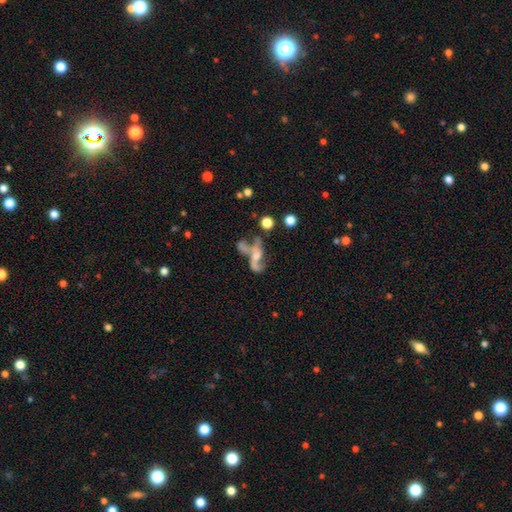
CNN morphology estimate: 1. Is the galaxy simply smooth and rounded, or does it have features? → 60% featured or disk, 22% smooth, 17% star or artifact.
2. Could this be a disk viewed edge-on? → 89% no, 11% yes.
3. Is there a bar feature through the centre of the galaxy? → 68% no, 23% weak, 9% strong.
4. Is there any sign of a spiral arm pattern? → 57% yes, 43% no.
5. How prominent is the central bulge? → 38% moderate, 33% small, 21% none, 6% large, 2% dominant.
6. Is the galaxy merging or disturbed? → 39% merger, 26% major disturbance, 24% none, 11% minor disturbance.